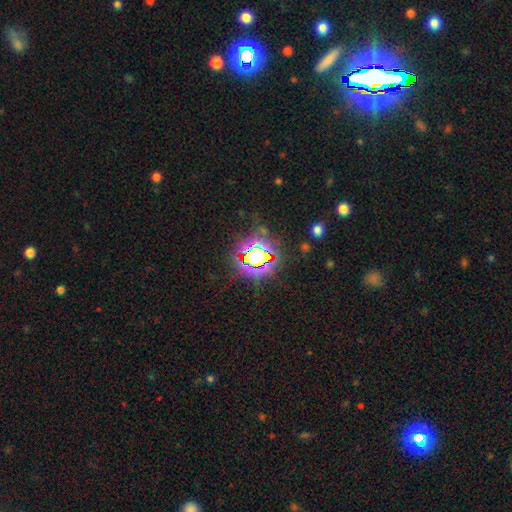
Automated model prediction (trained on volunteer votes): smooth_or_featured: star or artifact (p=0.69) [alt: smooth p=0.19]